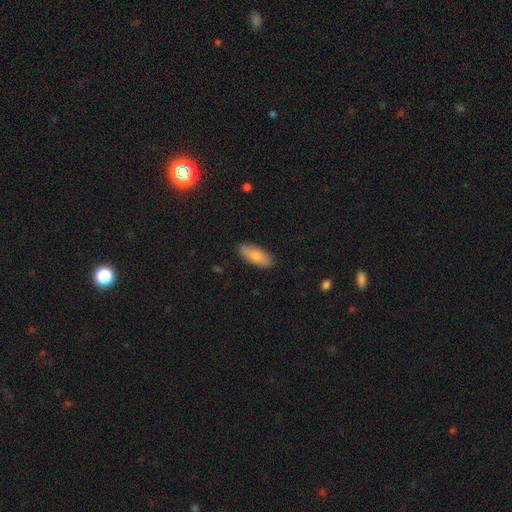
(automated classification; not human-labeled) This is likely a smooth galaxy (77%). How rounded: likely in between (78%). Merging: clearly none (86%).